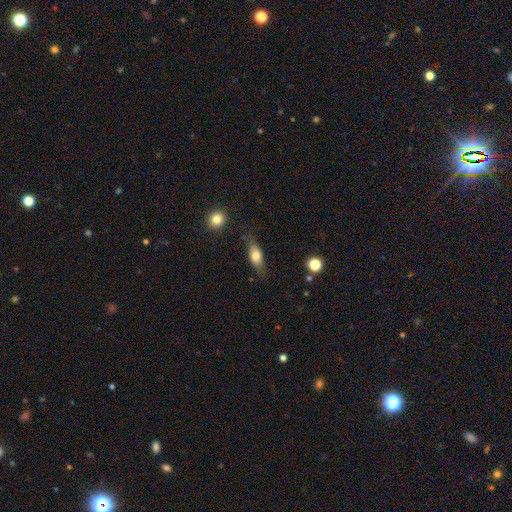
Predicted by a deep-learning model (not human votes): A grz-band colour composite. It shows a smooth galaxy with no disk features (71%) that is in between round and cigar-shaped (76%). Merging: none (72%).